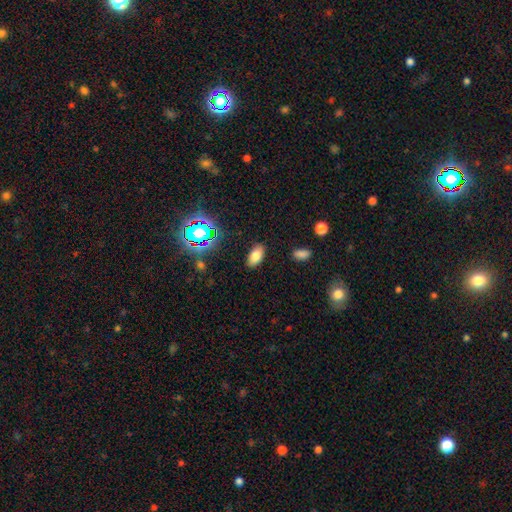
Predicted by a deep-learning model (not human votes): smooth-or-featured: smooth: 76% | star or artifact: 14% | featured or disk: 10%
  how-rounded: in between: 91% | round: 4% | cigar-shaped: 4%
  merging: none: 86% | minor disturbance: 10% | major disturbance: 3% | merger: 2%